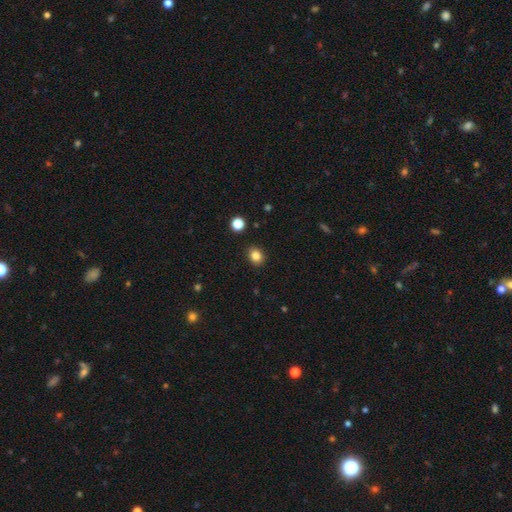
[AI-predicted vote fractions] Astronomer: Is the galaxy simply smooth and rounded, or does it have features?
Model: smooth — 83%.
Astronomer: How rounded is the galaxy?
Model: round — 59% (runner-up: in between, 40%).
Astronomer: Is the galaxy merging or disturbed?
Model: none — 89%.